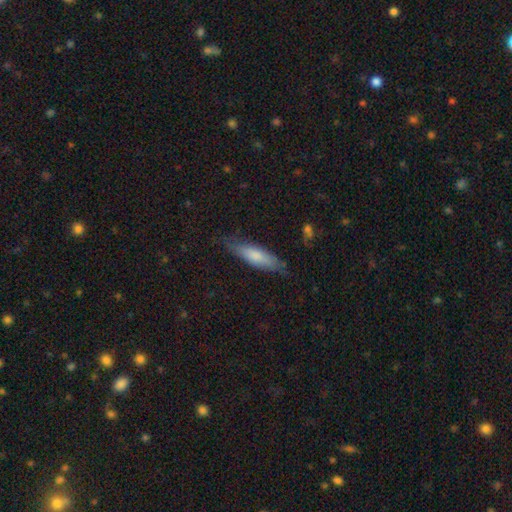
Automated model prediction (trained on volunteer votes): smooth-or-featured: smooth: 73% | featured or disk: 21% | star or artifact: 6%
  how-rounded: cigar-shaped: 63% | in between: 35% | round: 2%
  merging: none: 75% | minor disturbance: 20% | major disturbance: 4% | merger: 1%